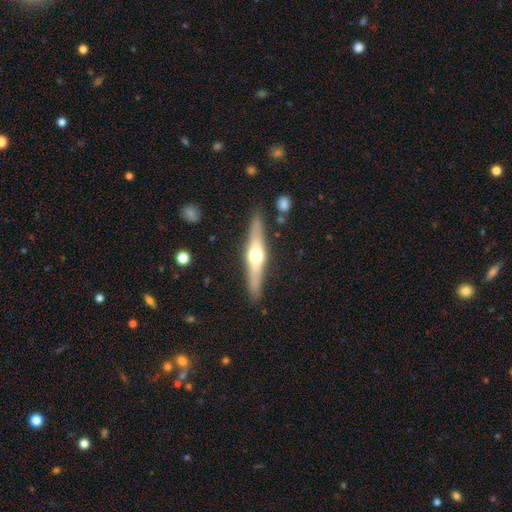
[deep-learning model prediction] Q: Smooth or featured?
A: featured or disk (64%); runner-up: smooth (31%)
Q: Edge-on disk?
A: yes (95%); runner-up: no (5%)
Q: Edge-on bulge?
A: rounded (93%); runner-up: boxy (4%)
Q: Merging?
A: none (88%); runner-up: minor disturbance (8%)